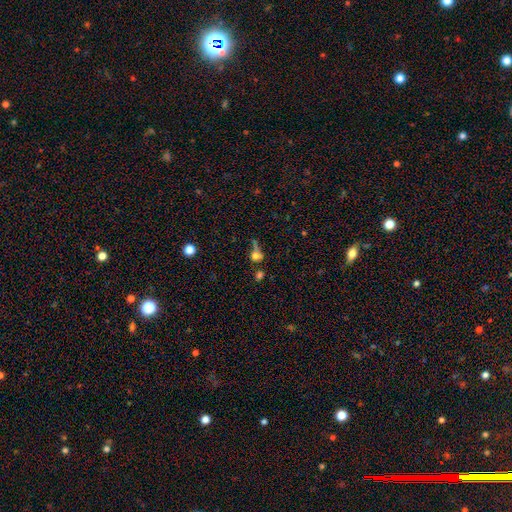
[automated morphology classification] Q: Smooth or featured?
A: smooth (64%); runner-up: star or artifact (19%)
Q: How rounded?
A: round (69%); runner-up: in between (25%)
Q: Merging?
A: none (35%); runner-up: merger (24%)